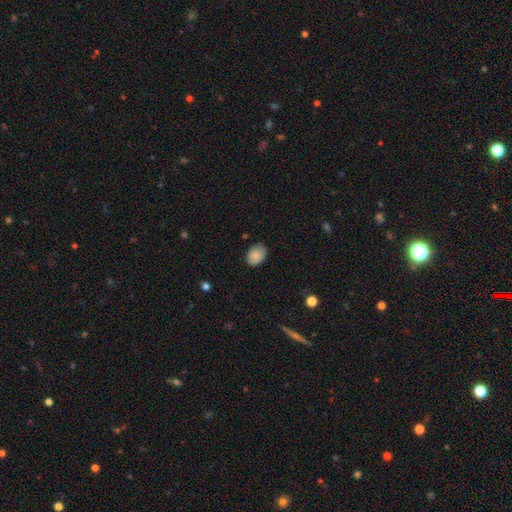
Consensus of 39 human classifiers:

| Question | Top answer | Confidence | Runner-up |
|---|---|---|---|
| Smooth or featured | smooth | 90% | star or artifact (10%) |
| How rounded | in between | 74% | round (23%) |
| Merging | none | 83% | minor disturbance (14%) |